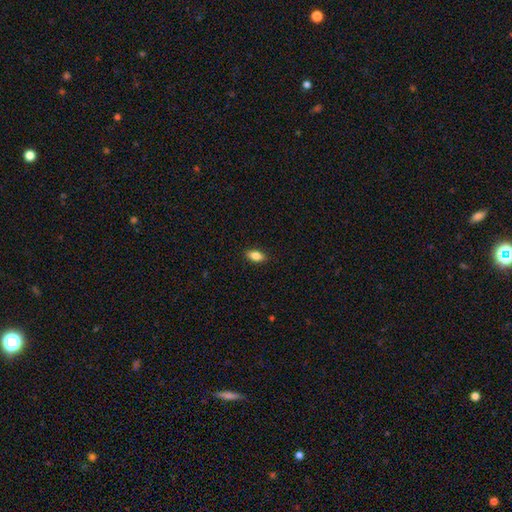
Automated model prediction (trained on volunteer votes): Overall: smooth (84%). How rounded: in between (89%). Merging: none (89%).